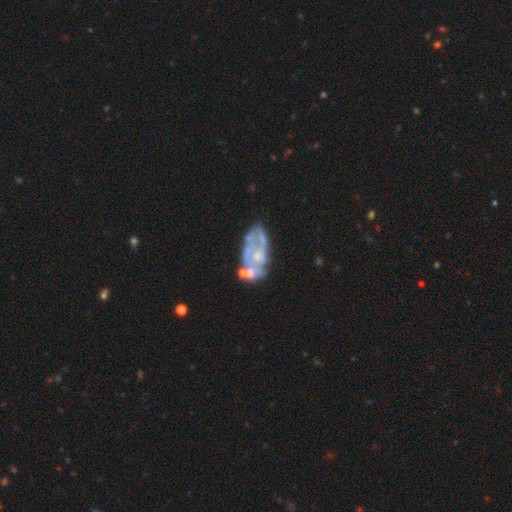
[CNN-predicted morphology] The model was most divided on "bulge size": small: 39%, none: 35%, moderate: 23%, large: 2%, dominant: 1%. Remaining: edge-on disk — no (96%); bar — no (82%); smooth or featured — featured or disk (69%); spiral arms — no (64%); merging — none (46%).